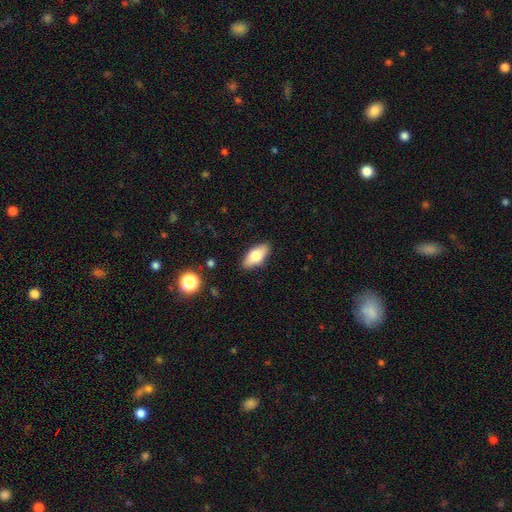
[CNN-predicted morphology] Smooth or featured: smooth — 71% (featured or disk — 22%)
How rounded: in between — 86% (cigar-shaped — 11%)
Merging: none — 87% (minor disturbance — 9%)